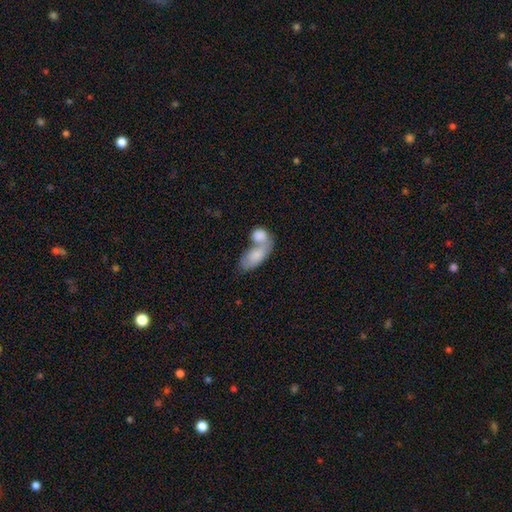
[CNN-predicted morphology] This appears to be a smooth galaxy with no disk features (77%) that is in between round and cigar-shaped (89%). Merging: merger (68%).